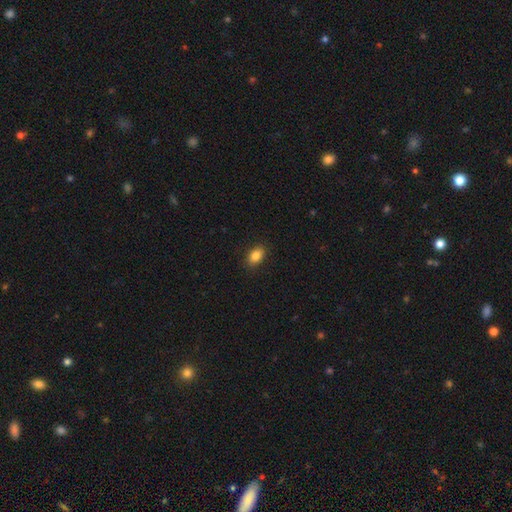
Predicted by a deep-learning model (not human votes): This is clearly a smooth galaxy (85%). How rounded: clearly in between (85%). Merging: clearly none (88%).